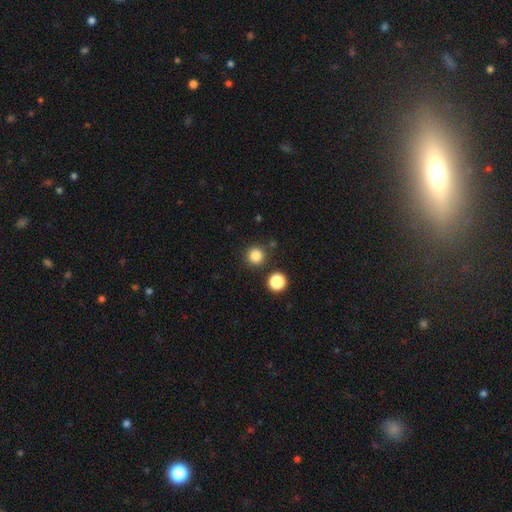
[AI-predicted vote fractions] Smooth or featured?
  - smooth: 84% *
  - star or artifact: 12%
  - featured or disk: 4%
How rounded?
  - round: 95% *
  - in between: 4%
  - cigar-shaped: 1%
Merging?
  - none: 87% *
  - minor disturbance: 6%
  - merger: 4%
  - major disturbance: 2%